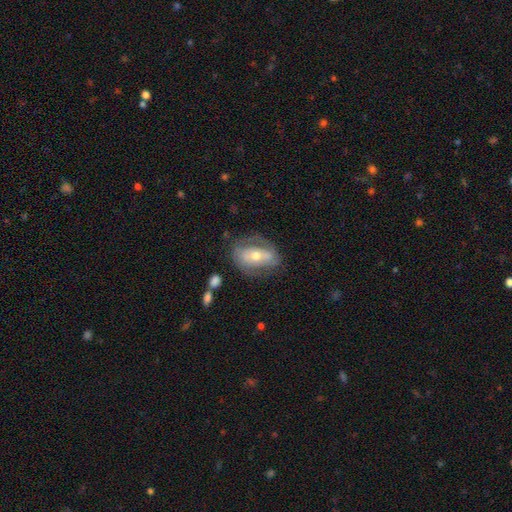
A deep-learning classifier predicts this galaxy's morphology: The model was most divided on "bar": no: 39%, strong: 34%, weak: 27%. More confident: edge-on disk — no (90%); smooth or featured — featured or disk (62%); bulge size — moderate (60%); merging — none (60%); spiral arms — yes (53%).